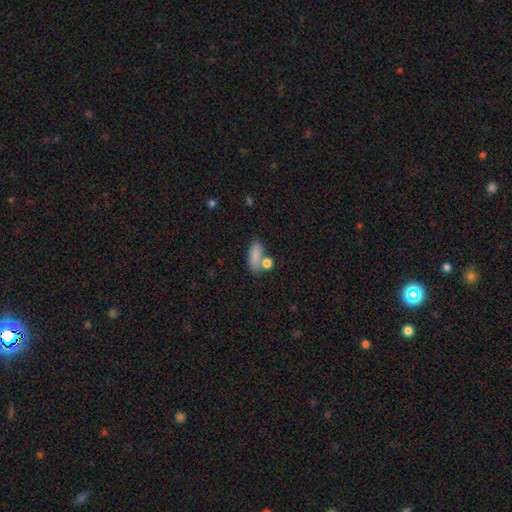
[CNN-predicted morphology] Overall: smooth (83%). How rounded: in between (79%). Merging: none (52%; merger 25%).